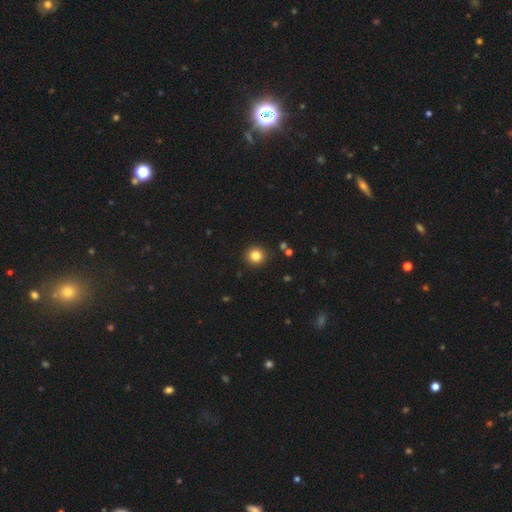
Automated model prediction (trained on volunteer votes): A smooth galaxy with no disk features (83%) that is round (93%).

Vote fractions:
- Smooth or featured? smooth: 83% / star or artifact: 12% / featured or disk: 5%
- How rounded? round: 93% / in between: 6% / cigar-shaped: 1%
- Merging? none: 91% / minor disturbance: 6% / major disturbance: 2% / merger: 2%